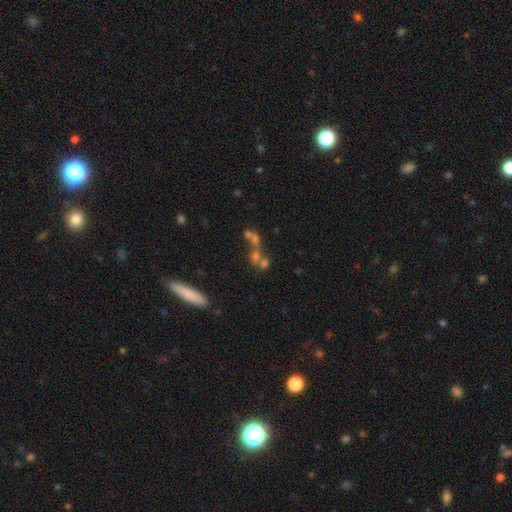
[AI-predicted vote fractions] This is marginally a smooth galaxy (45%). Merging: marginally none (44%).